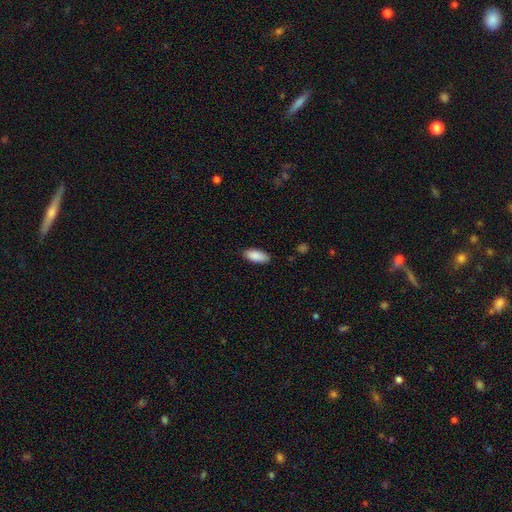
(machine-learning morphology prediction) Overall: smooth (89%). How rounded: in between (86%). Merging: none (86%).